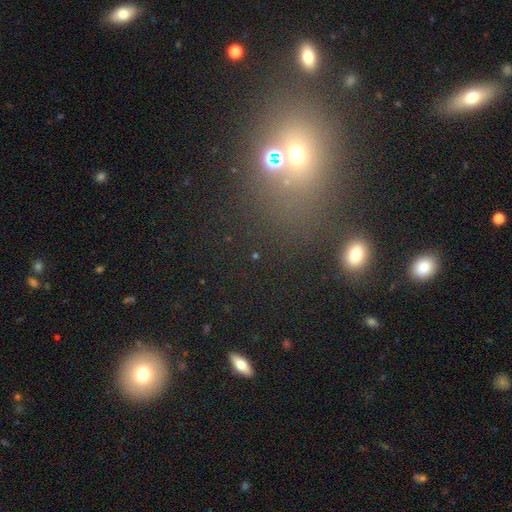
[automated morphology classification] star or artifact 44%, smooth 42%, featured or disk 14%.